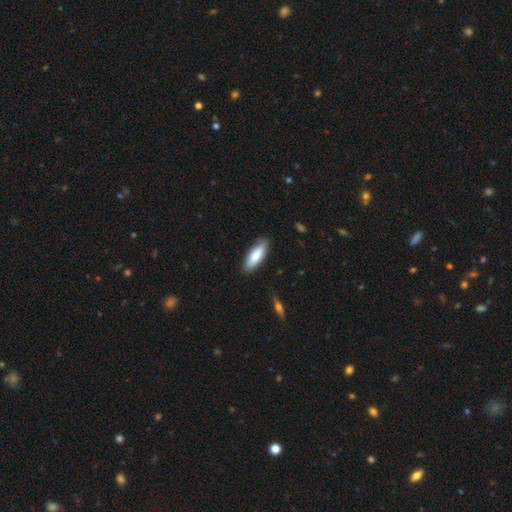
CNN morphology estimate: A smooth galaxy with no disk features (81%) that is in between round and cigar-shaped (60%).

Vote fractions:
- Smooth or featured? smooth: 81% / featured or disk: 13% / star or artifact: 5%
- How rounded? in between: 60% / cigar-shaped: 39% / round: 1%
- Merging? none: 85% / minor disturbance: 12% / major disturbance: 2% / merger: 1%